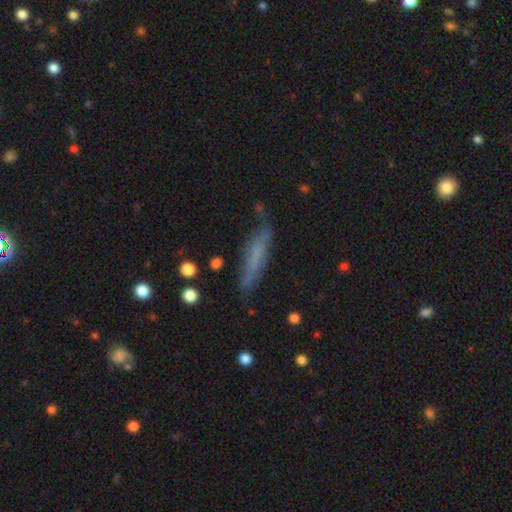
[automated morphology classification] Smooth or featured?
  - smooth: 53% *
  - featured or disk: 37%
  - star or artifact: 10%
How rounded?
  - cigar-shaped: 84% *
  - in between: 14%
  - round: 2%
Merging?
  - none: 69% *
  - minor disturbance: 22%
  - major disturbance: 7%
  - merger: 3%